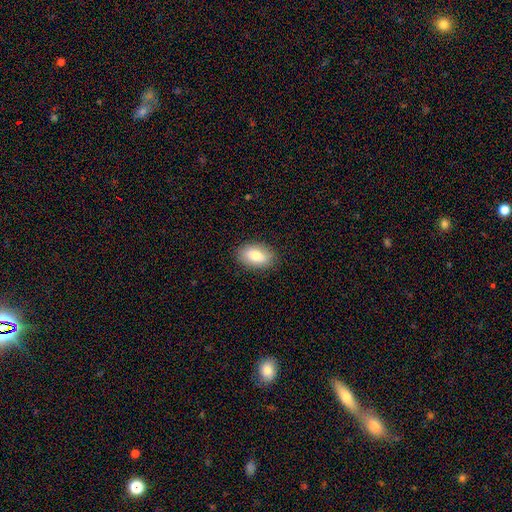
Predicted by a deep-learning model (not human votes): A smooth galaxy with no disk features (80%) that is in between round and cigar-shaped (88%).

Vote fractions:
- Smooth or featured? smooth: 80% / featured or disk: 13% / star or artifact: 7%
- How rounded? in between: 88% / round: 11% / cigar-shaped: 1%
- Merging? none: 88% / minor disturbance: 9% / major disturbance: 2% / merger: 1%